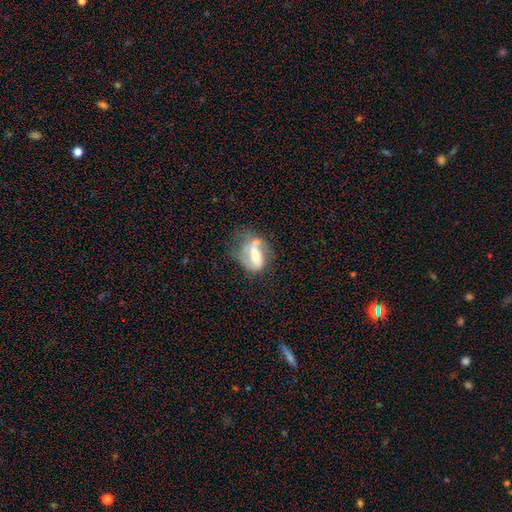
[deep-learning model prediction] Smooth or featured?
  - featured or disk: 64% *
  - smooth: 28%
  - star or artifact: 8%
Edge-on disk?
  - no: 95% *
  - yes: 5%
Bar?
  - weak: 35% * (tied)
  - strong: 35% * (tied)
  - no: 30%
Spiral arms?
  - yes: 73% *
  - no: 27%
Bulge size?
  - moderate: 51% *
  - small: 35%
  - large: 8%
  - none: 5%
  - dominant: 2%
Merging?
  - none: 38% *
  - major disturbance: 27%
  - minor disturbance: 27%
  - merger: 8%